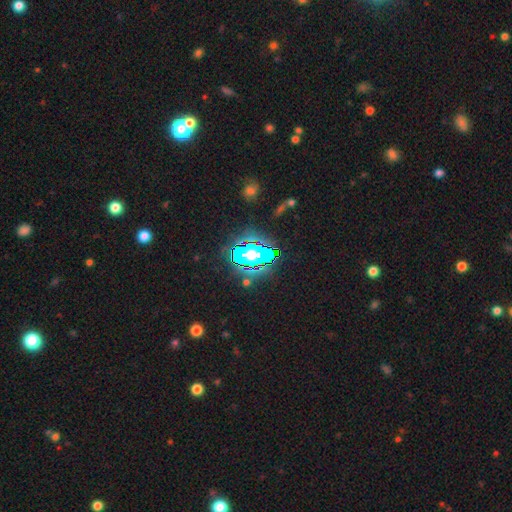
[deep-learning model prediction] Smooth or featured? Predicted: star or artifact (p=0.82).